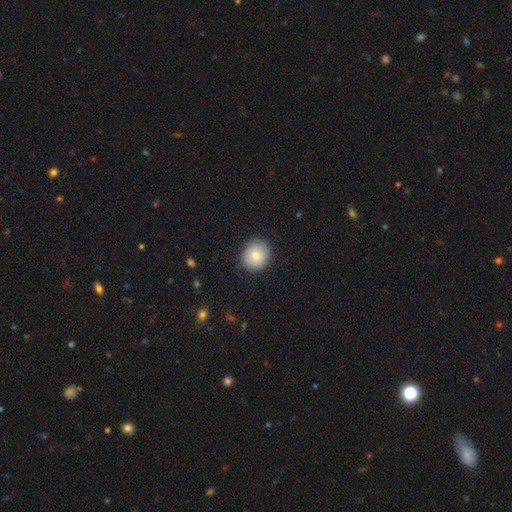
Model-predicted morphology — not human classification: Q: Smooth or featured?
A: smooth (77%); runner-up: featured or disk (15%)
Q: How rounded?
A: round (82%); runner-up: in between (18%)
Q: Merging?
A: none (85%); runner-up: minor disturbance (12%)